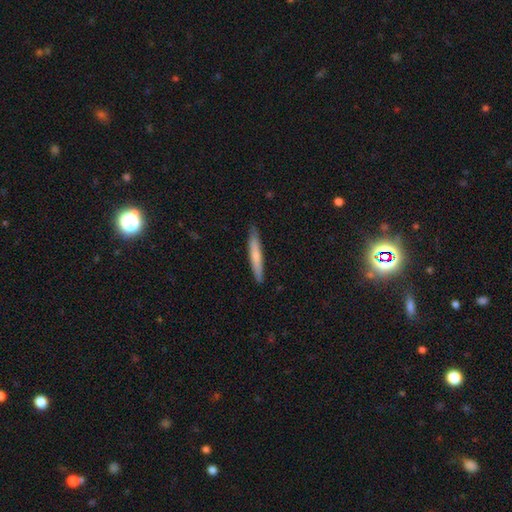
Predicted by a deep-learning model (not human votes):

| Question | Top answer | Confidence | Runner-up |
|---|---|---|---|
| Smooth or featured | smooth | 68% | featured or disk (26%) |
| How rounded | cigar-shaped | 95% | in between (4%) |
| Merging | none | 88% | minor disturbance (9%) |